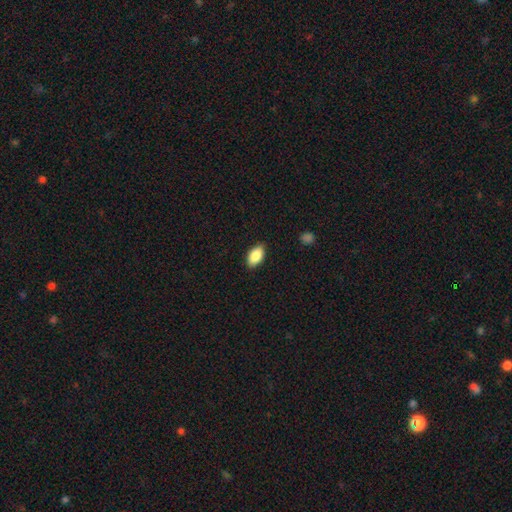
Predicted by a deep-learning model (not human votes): smooth_or_featured: smooth (p=0.88) [alt: star or artifact p=0.07]
how_rounded: in between (p=0.93) [alt: round p=0.05]
merging: none (p=0.86) [alt: minor disturbance p=0.10]